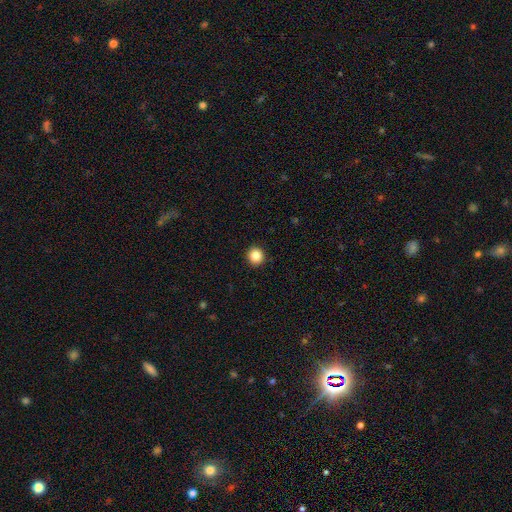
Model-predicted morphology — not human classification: This is clearly a smooth galaxy (85%). How rounded: clearly round (93%). Merging: clearly none (93%).